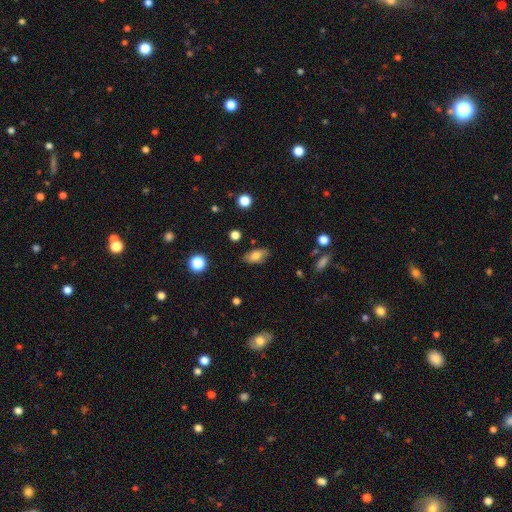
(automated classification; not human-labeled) smooth-or-featured: smooth: 72% | featured or disk: 18% | star or artifact: 9%
  how-rounded: in between: 89% | round: 6% | cigar-shaped: 5%
  merging: none: 81% | minor disturbance: 14% | major disturbance: 3% | merger: 2%